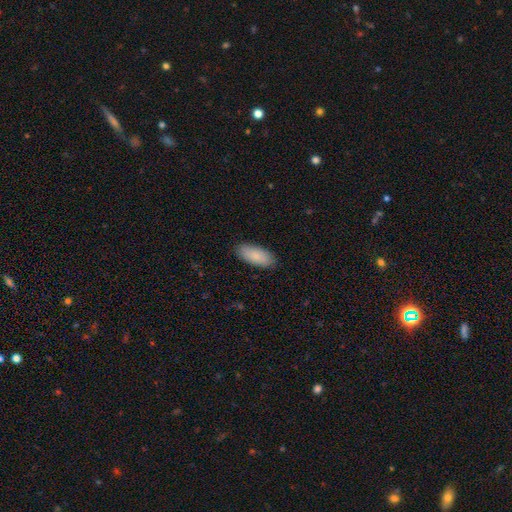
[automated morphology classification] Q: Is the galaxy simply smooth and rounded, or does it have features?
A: smooth — 86%.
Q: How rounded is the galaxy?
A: in between — 87%.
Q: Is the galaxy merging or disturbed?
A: none — 88%.